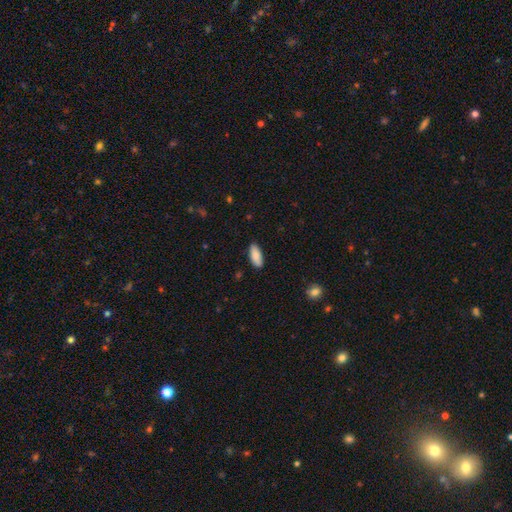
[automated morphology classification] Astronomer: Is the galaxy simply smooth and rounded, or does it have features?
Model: smooth — 86%.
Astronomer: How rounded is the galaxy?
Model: in between — 82%.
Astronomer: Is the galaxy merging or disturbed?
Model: none — 87%.